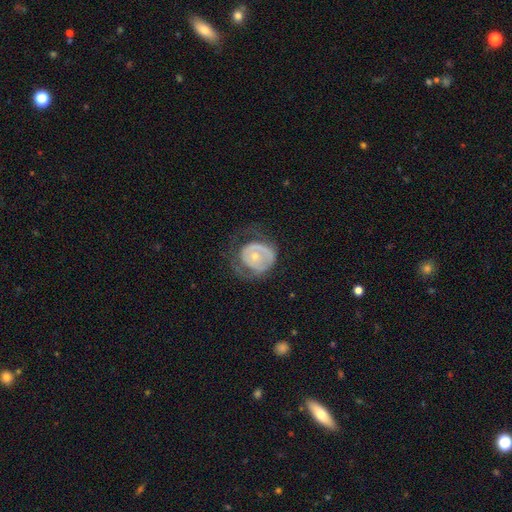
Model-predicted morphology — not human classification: Overall: featured or disk (61%; smooth 33%). Edge-on disk: no (97%). Bar: no (79%). Spiral arms: yes (54%; no 46%). Bulge size: small (60%; moderate 35%). Merging: none (41%; major disturbance 34%).